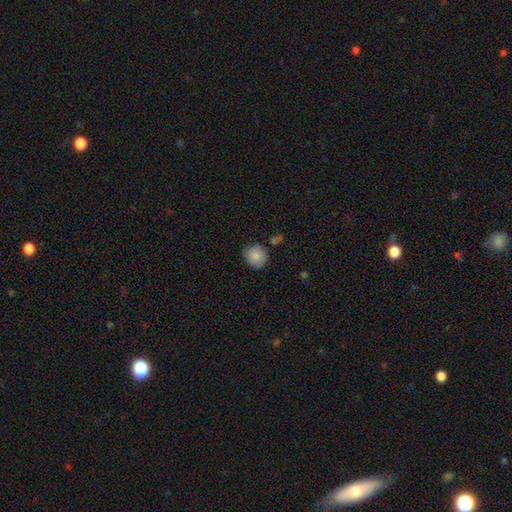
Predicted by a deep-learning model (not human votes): This appears to be a smooth galaxy with no disk features (86%) that is round (88%). Merging: none (78%).